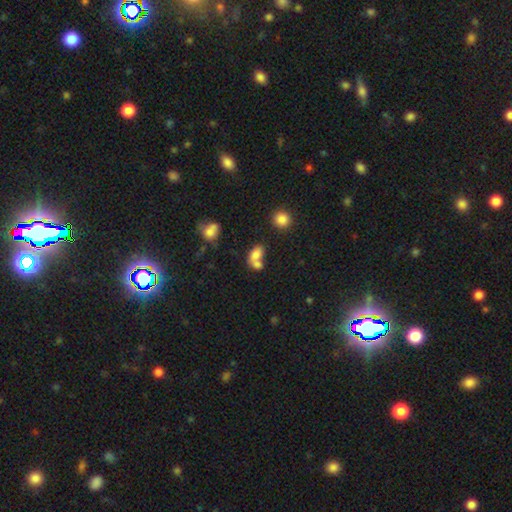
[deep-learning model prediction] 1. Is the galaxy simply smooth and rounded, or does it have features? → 75% smooth, 14% featured or disk, 12% star or artifact.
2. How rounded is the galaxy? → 79% in between, 19% round, 2% cigar-shaped.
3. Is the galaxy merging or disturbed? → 60% merger, 25% none, 9% minor disturbance, 6% major disturbance.